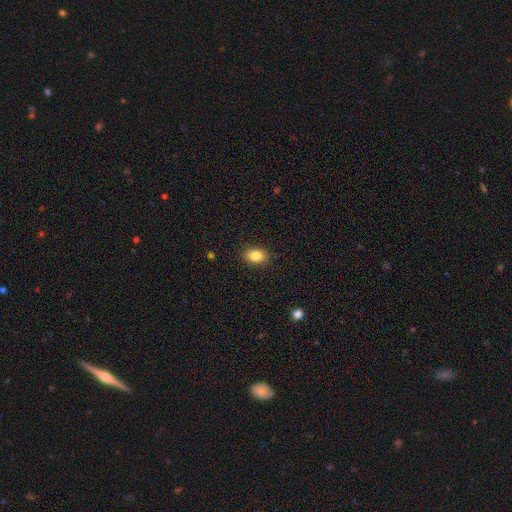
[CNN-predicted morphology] type=smooth (84%); roundness=in between (80%); merging=none (88%).